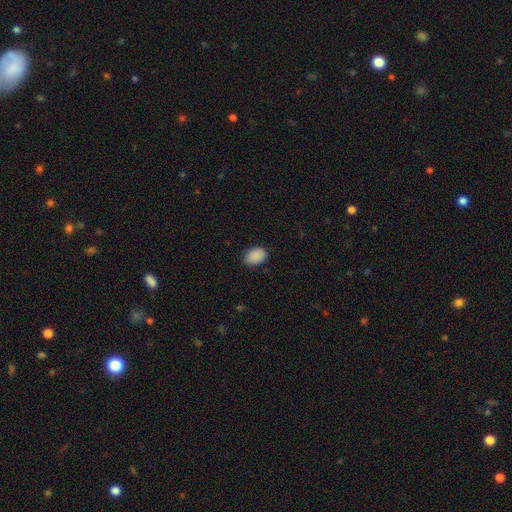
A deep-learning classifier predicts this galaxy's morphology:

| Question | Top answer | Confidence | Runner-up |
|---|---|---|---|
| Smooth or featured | smooth | 90% | star or artifact (8%) |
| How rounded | in between | 80% | round (19%) |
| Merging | none | 85% | minor disturbance (12%) |